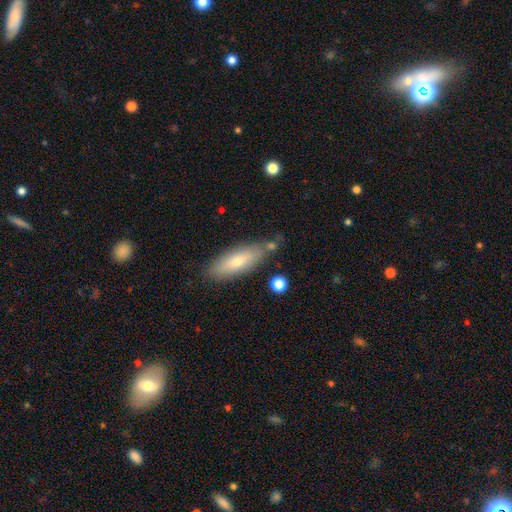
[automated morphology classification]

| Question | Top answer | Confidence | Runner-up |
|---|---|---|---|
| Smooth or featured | smooth | 56% | featured or disk (29%) |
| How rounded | in between | 53% | cigar-shaped (44%) |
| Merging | none | 75% | minor disturbance (17%) |